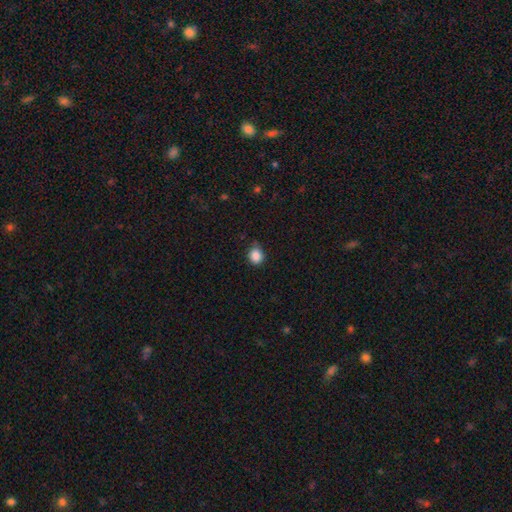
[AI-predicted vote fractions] Smooth or featured? Predicted: smooth (p=0.87). How rounded? Predicted: round (p=0.73). Merging? Predicted: none (p=0.70).